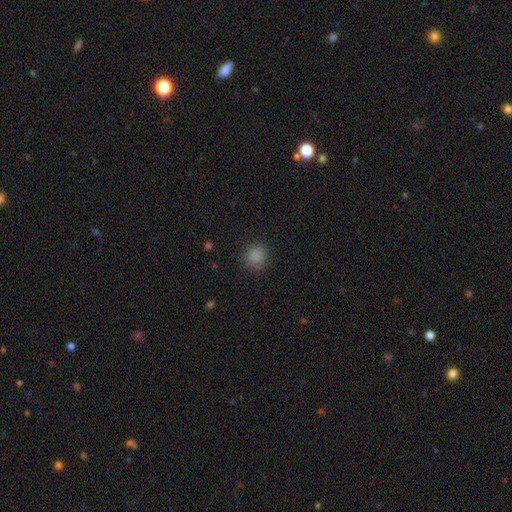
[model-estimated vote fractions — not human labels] The model was most divided on "smooth or featured": smooth: 85%, star or artifact: 12%, featured or disk: 3%. More confident: how rounded — round (88%); merging — none (87%).